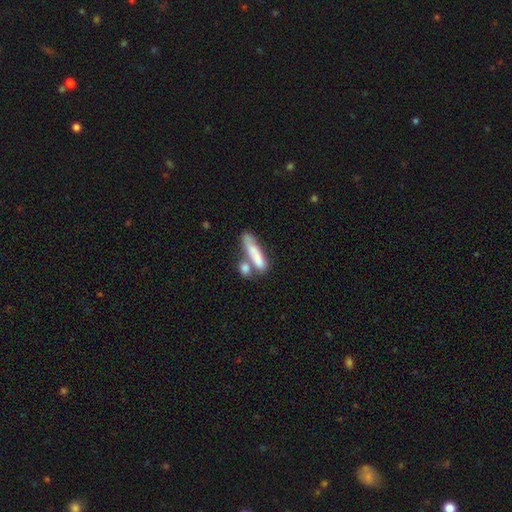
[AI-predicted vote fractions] The model was most divided on "merging": merger: 39%, none: 37%, minor disturbance: 15%, major disturbance: 9%. More confident: smooth or featured — smooth (72%); how rounded — cigar-shaped (69%).